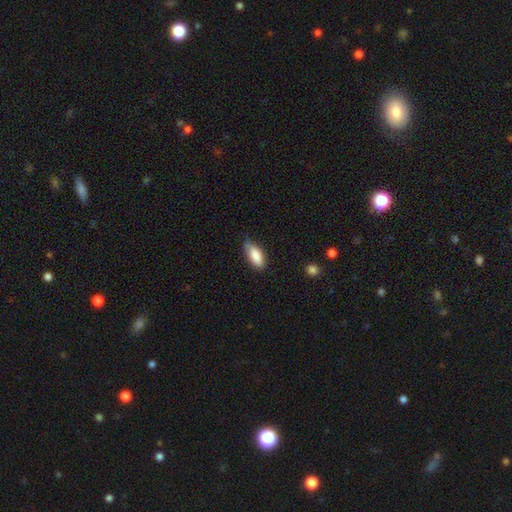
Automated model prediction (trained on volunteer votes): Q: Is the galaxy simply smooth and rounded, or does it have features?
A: smooth — 85%.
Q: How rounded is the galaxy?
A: in between — 81%.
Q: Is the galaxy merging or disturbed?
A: none — 66%.